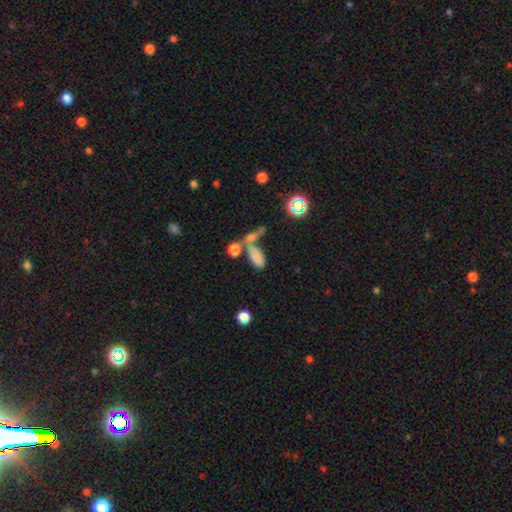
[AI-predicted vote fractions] A smooth galaxy with no disk features (76%) that is in between round and cigar-shaped (81%). Merging: merger (46%).